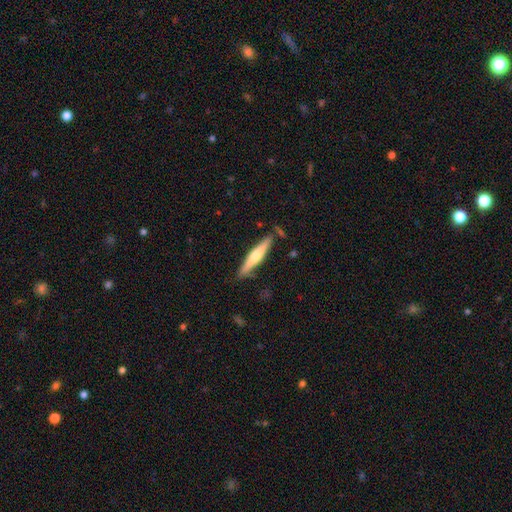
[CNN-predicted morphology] Smooth or featured?
  - featured or disk: 50% *
  - smooth: 45%
  - star or artifact: 5%
Edge-on disk?
  - yes: 95% *
  - no: 5%
Merging?
  - none: 82% *
  - minor disturbance: 12%
  - merger: 4%
  - major disturbance: 2%